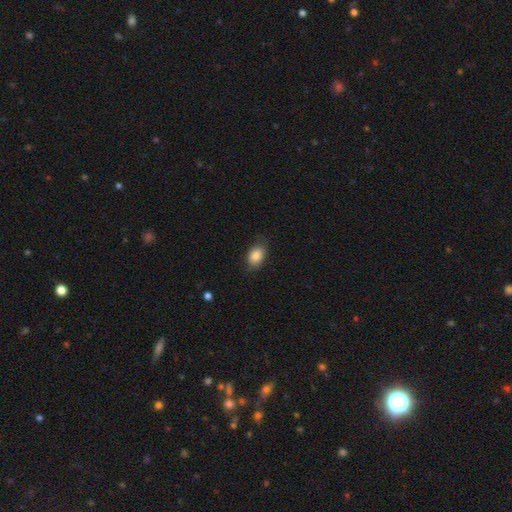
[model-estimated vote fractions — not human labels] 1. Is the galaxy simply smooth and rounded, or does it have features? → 85% smooth, 8% star or artifact, 8% featured or disk.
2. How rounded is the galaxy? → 83% in between, 16% round, 1% cigar-shaped.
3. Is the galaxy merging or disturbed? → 75% none, 20% minor disturbance, 5% major disturbance, 1% merger.